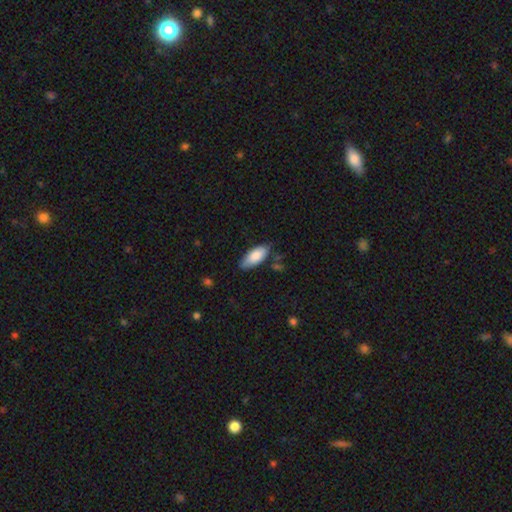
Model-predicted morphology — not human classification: A smooth galaxy with no disk features (83%) that is in between round and cigar-shaped (87%). Merging: none (73%).